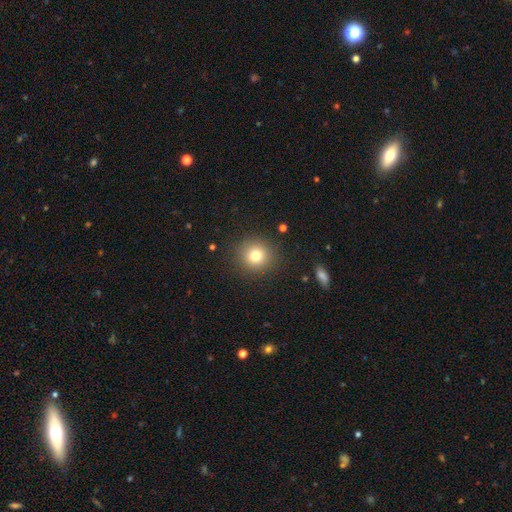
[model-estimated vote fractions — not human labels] smooth-or-featured: smooth: 78% | star or artifact: 13% | featured or disk: 9%
  how-rounded: round: 92% | in between: 7% | cigar-shaped: 1%
  merging: none: 89% | minor disturbance: 7% | major disturbance: 3% | merger: 1%